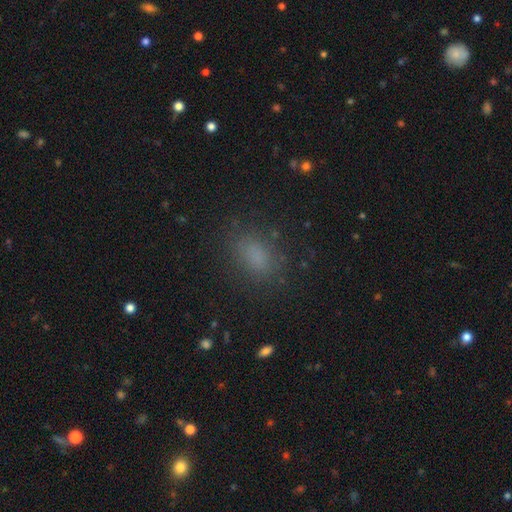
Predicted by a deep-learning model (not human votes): A smooth galaxy with no disk features (79%) that is in between round and cigar-shaped (79%). Merging: none (81%).